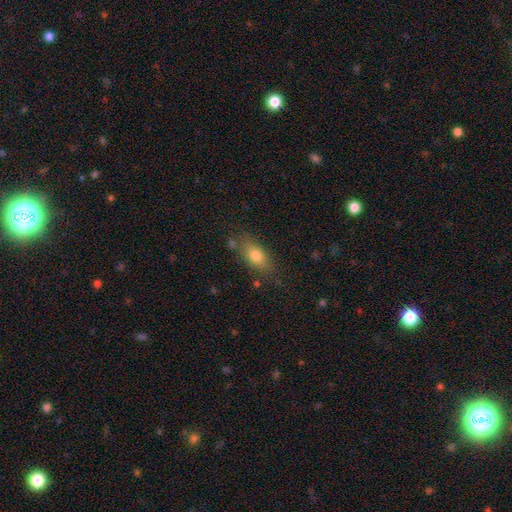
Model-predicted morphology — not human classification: smooth-or-featured: smooth: 76% | featured or disk: 15% | star or artifact: 9%
  how-rounded: in between: 81% | cigar-shaped: 12% | round: 7%
  merging: none: 74% | minor disturbance: 16% | merger: 5% | major disturbance: 5%